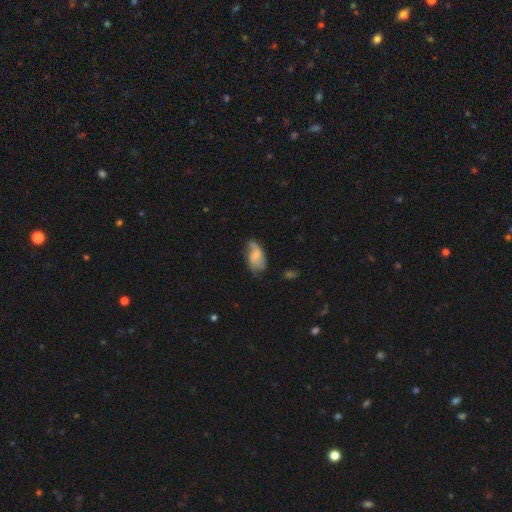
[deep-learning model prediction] This is possibly a smooth galaxy (48%). Merging: marginally none (42%).